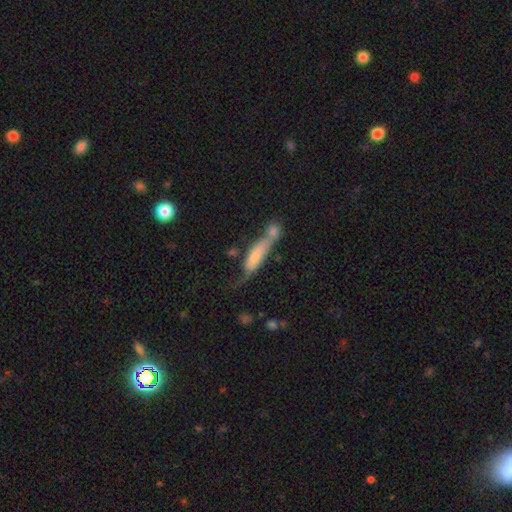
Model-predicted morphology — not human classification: A smooth galaxy with no disk features (64%) that is cigar-shaped (66%).

Vote fractions:
- Smooth or featured? smooth: 64% / featured or disk: 29% / star or artifact: 7%
- How rounded? cigar-shaped: 66% / in between: 31% / round: 3%
- Merging? merger: 40% / none: 28% / minor disturbance: 19% / major disturbance: 14%